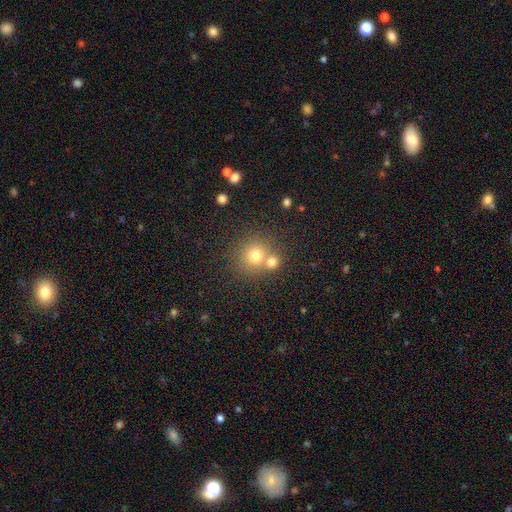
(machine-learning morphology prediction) Smooth or featured? Predicted: smooth (p=0.73). How rounded? Predicted: round (p=0.88). Merging? Predicted: none (p=0.55).